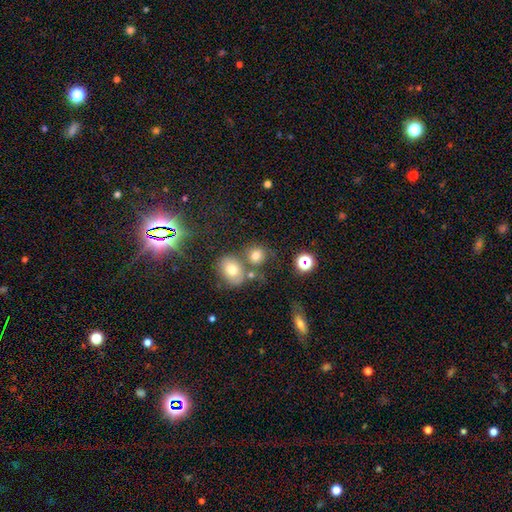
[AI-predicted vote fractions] smooth_or_featured: smooth (p=0.72) [alt: star or artifact p=0.16]
how_rounded: round (p=0.76) [alt: in between p=0.23]
merging: none (p=0.54) [alt: merger p=0.27]